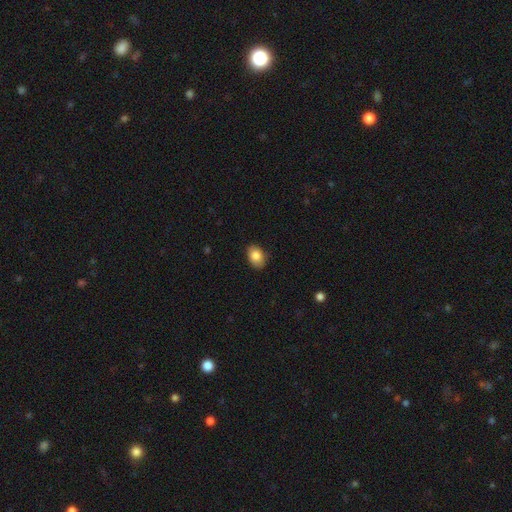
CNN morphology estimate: smooth_or_featured: smooth (p=0.85) [alt: featured or disk p=0.08]
how_rounded: in between (p=0.82) [alt: round p=0.17]
merging: none (p=0.86) [alt: minor disturbance p=0.11]